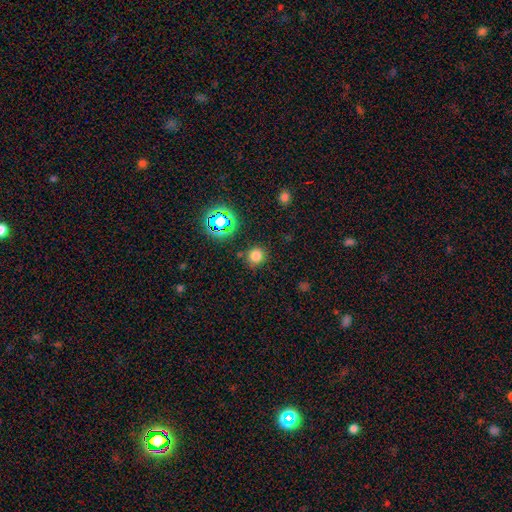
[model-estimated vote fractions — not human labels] Smooth or featured? smooth (74%)
How rounded? round (89%)
Merging? none (83%)